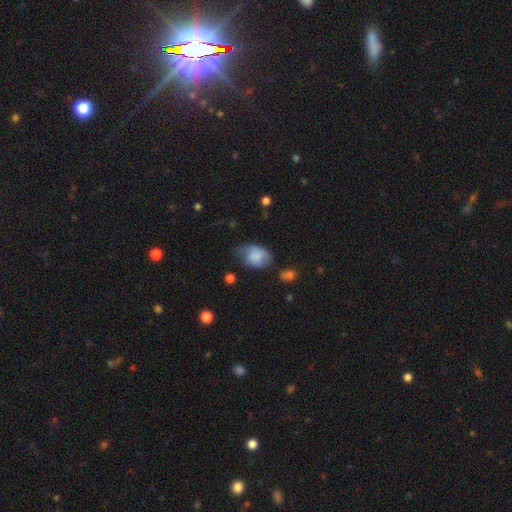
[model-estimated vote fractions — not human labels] Q: Smooth or featured?
A: smooth (77%); runner-up: featured or disk (15%)
Q: How rounded?
A: in between (81%); runner-up: round (17%)
Q: Merging?
A: none (43%); runner-up: minor disturbance (38%)